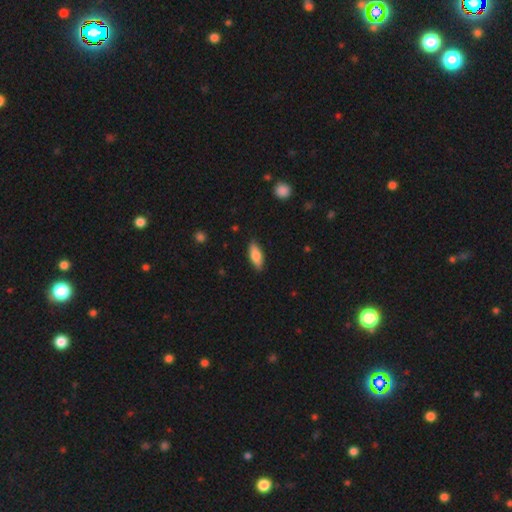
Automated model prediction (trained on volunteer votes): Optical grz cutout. It shows a smooth galaxy with no disk features (76%) that is in between round and cigar-shaped (71%). Merging: none (87%).